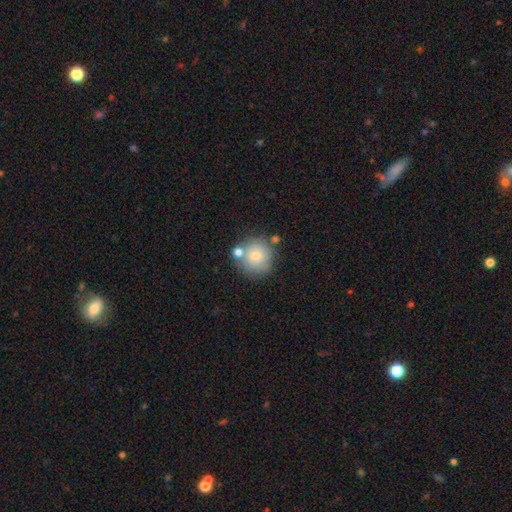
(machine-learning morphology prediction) Smooth or featured?
  - smooth: 75% *
  - featured or disk: 16%
  - star or artifact: 9%
How rounded?
  - round: 91% *
  - in between: 8%
  - cigar-shaped: 1%
Merging?
  - none: 65% *
  - merger: 15%
  - minor disturbance: 14%
  - major disturbance: 5%